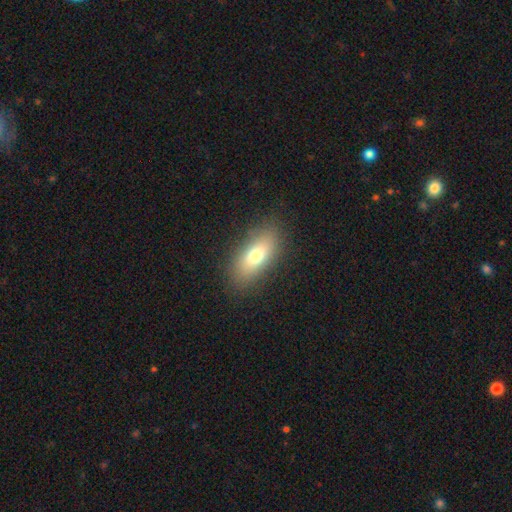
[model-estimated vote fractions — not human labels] smooth_or_featured: smooth (p=0.73) [alt: featured or disk p=0.18]
how_rounded: in between (p=0.79) [alt: cigar-shaped p=0.16]
merging: none (p=0.86) [alt: minor disturbance p=0.10]